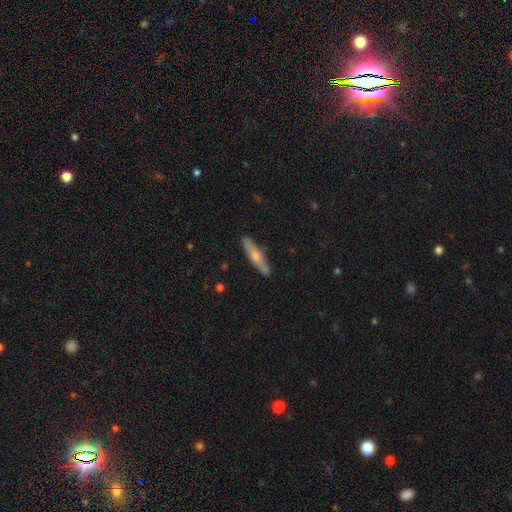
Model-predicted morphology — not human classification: Smooth or featured?
  - smooth: 51% *
  - featured or disk: 44%
  - star or artifact: 6%
How rounded?
  - cigar-shaped: 85% *
  - in between: 13%
  - round: 2%
Merging?
  - none: 86% *
  - minor disturbance: 10%
  - major disturbance: 2%
  - merger: 2%